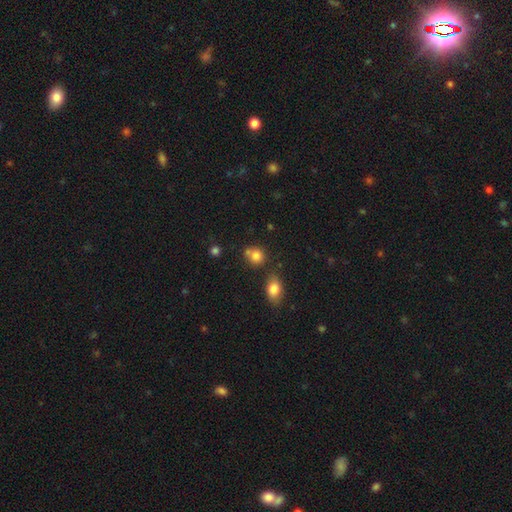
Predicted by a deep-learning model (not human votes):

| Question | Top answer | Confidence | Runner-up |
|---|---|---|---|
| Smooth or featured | smooth | 81% | star or artifact (12%) |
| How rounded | round | 79% | in between (20%) |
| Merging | none | 59% | merger (23%) |